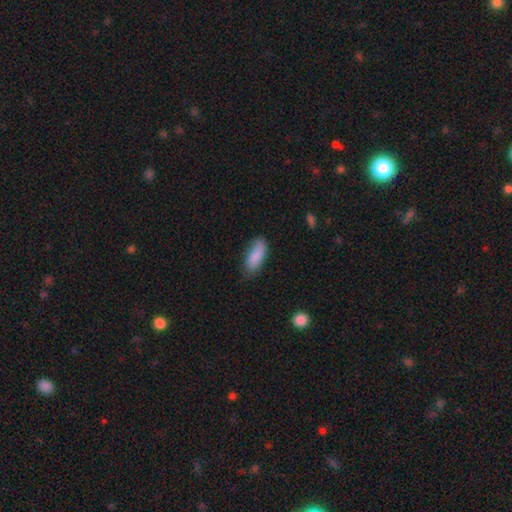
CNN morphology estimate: Smooth or featured?
  - smooth: 86% *
  - featured or disk: 7%
  - star or artifact: 6%
How rounded?
  - in between: 81% *
  - cigar-shaped: 17%
  - round: 2%
Merging?
  - none: 69% *
  - minor disturbance: 24%
  - major disturbance: 5%
  - merger: 2%